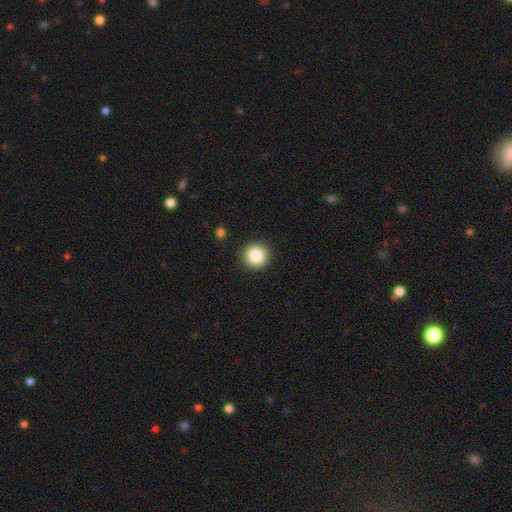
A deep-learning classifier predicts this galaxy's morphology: The model was most divided on "smooth or featured": smooth: 85%, star or artifact: 10%, featured or disk: 5%. More confident: how rounded — round (94%); merging — none (91%).